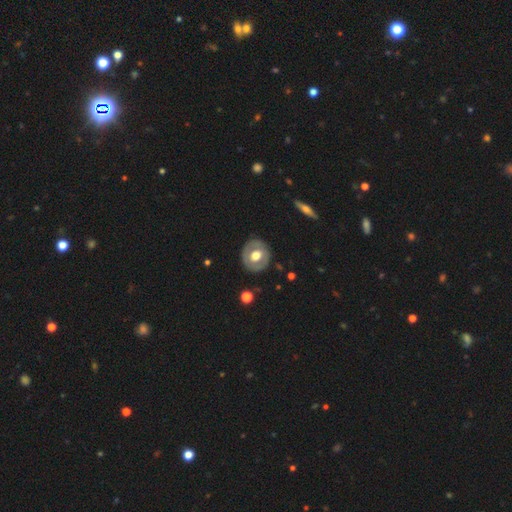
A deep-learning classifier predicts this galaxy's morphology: This is possibly a featured or disk galaxy (52%). It is clearly not viewed edge-on (93%). Merging: clearly none (84%).